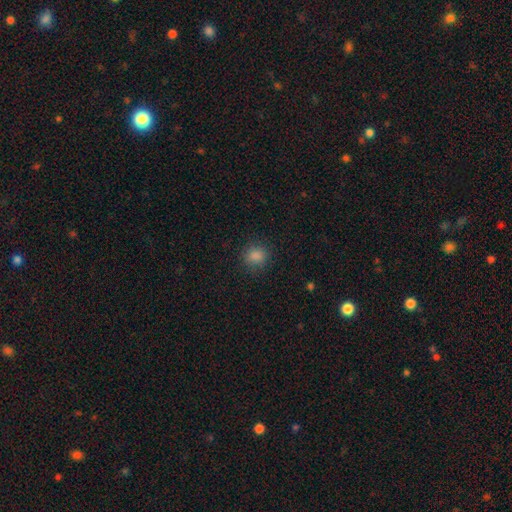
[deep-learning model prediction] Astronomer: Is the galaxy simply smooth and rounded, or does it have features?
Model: smooth — 83%.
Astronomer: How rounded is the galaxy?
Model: round — 77%.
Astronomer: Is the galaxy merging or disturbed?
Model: none — 88%.